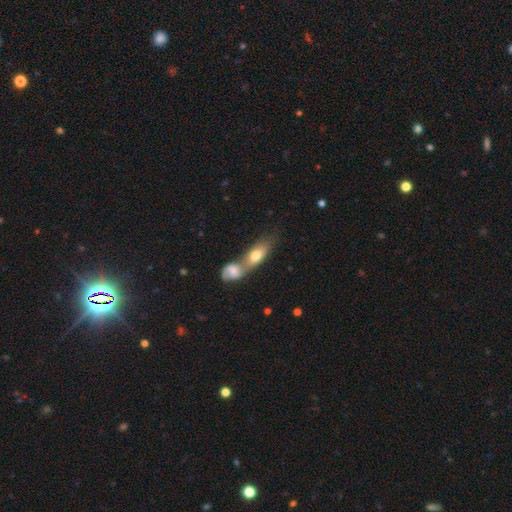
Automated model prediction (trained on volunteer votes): A smooth galaxy with no disk features (67%) that is in between round and cigar-shaped (76%). Merging: merger (66%).